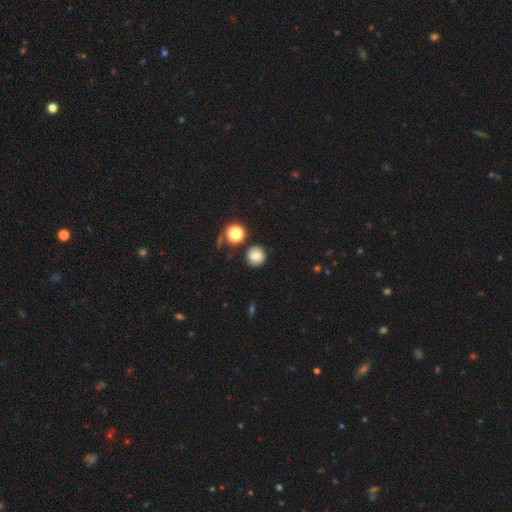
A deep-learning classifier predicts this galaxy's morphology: This is likely a smooth galaxy (76%). How rounded: clearly round (92%). Merging: clearly none (82%).